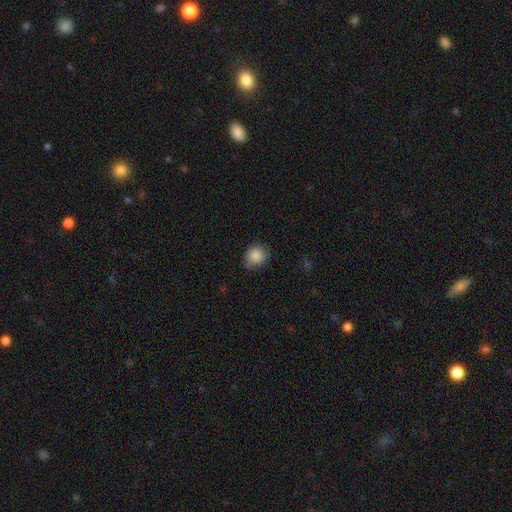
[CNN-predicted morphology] A smooth galaxy with no disk features (87%) that is round (80%).

Vote fractions:
- Smooth or featured? smooth: 87% / star or artifact: 9% / featured or disk: 5%
- How rounded? round: 80% / in between: 19% / cigar-shaped: 1%
- Merging? none: 78% / minor disturbance: 17% / major disturbance: 3% / merger: 2%